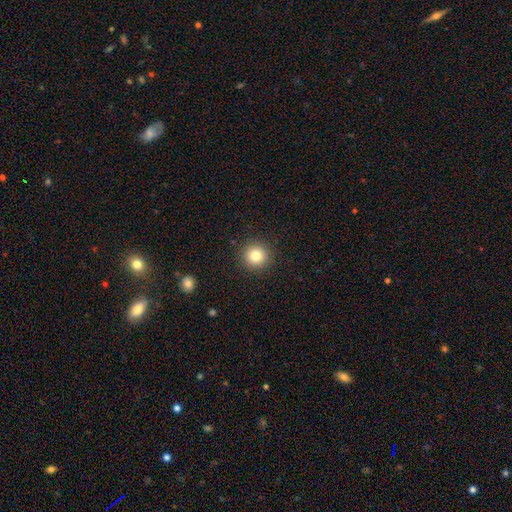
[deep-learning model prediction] Overall: smooth (80%). How rounded: round (94%). Merging: none (91%).